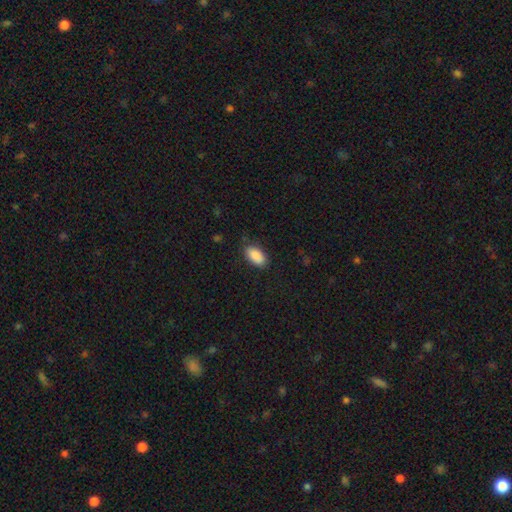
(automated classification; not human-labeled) Smooth or featured: smooth — 89% (star or artifact — 7%)
How rounded: in between — 94% (cigar-shaped — 4%)
Merging: none — 80% (minor disturbance — 15%)